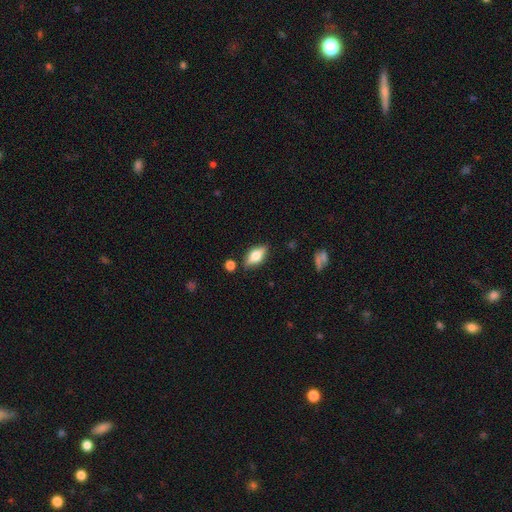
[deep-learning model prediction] Smooth or featured? smooth (54%)
How rounded? in between (78%)
Merging? none (83%)